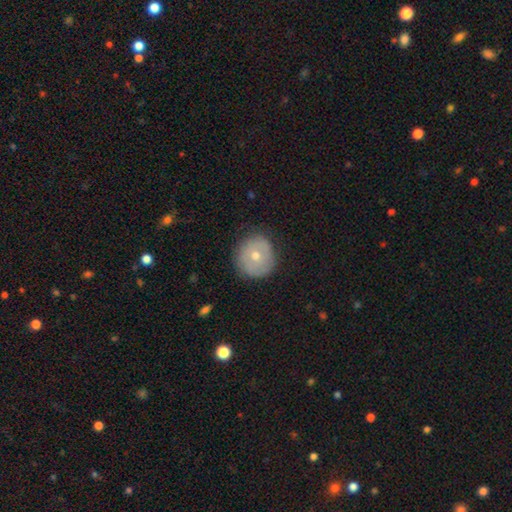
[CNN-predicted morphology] smooth-or-featured: smooth: 58% | featured or disk: 35% | star or artifact: 7%
  how-rounded: round: 89% | in between: 10% | cigar-shaped: 1%
  merging: none: 80% | minor disturbance: 15% | major disturbance: 4% | merger: 1%